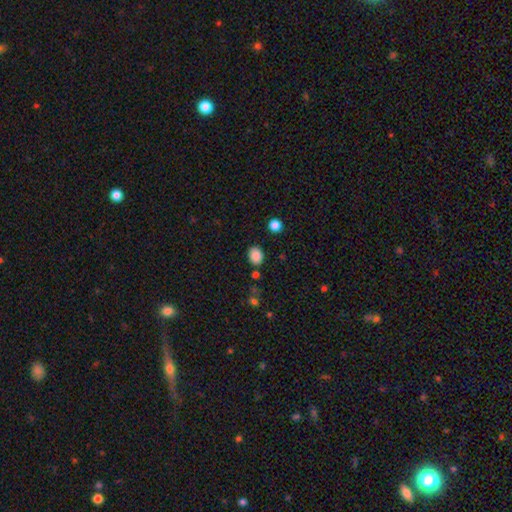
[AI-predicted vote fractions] The model was most divided on "how rounded": in between: 58%, round: 41%, cigar-shaped: 1%. More confident: smooth or featured — smooth (86%); merging — none (83%).